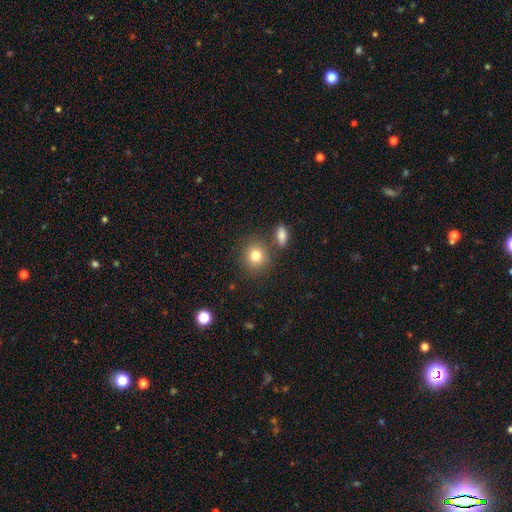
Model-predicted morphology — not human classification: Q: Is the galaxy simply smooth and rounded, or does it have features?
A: smooth — 81%.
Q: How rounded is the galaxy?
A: round — 83%.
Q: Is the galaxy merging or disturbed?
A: none — 75%.